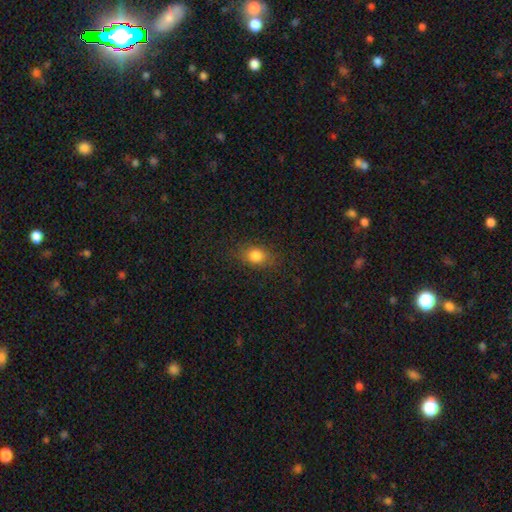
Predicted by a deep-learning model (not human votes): Q: Smooth or featured?
A: smooth (81%); runner-up: star or artifact (11%)
Q: How rounded?
A: in between (67%); runner-up: round (30%)
Q: Merging?
A: none (82%); runner-up: minor disturbance (13%)